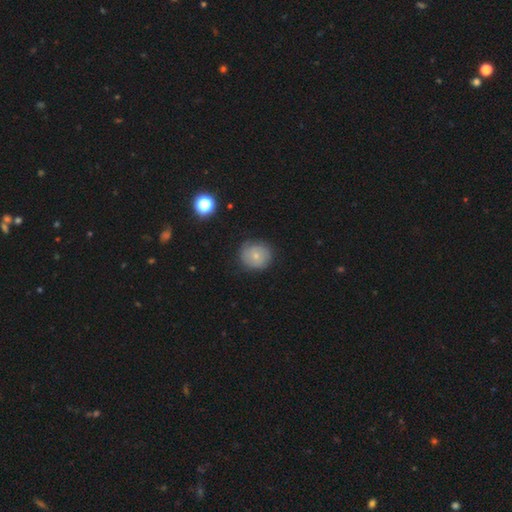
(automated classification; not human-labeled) Smooth or featured: smooth — 65% (featured or disk — 25%)
How rounded: round — 88% (in between — 11%)
Merging: none — 78% (minor disturbance — 17%)